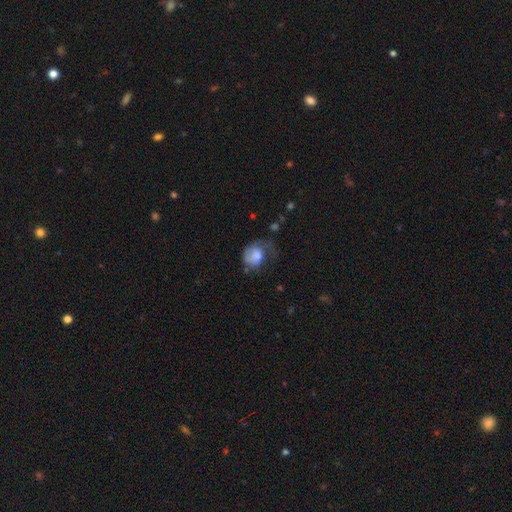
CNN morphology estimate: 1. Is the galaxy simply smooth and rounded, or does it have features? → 59% smooth, 33% featured or disk, 8% star or artifact.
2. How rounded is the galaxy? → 51% in between, 48% round, 1% cigar-shaped.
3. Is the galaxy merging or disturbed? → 43% major disturbance, 27% minor disturbance, 27% none, 3% merger.